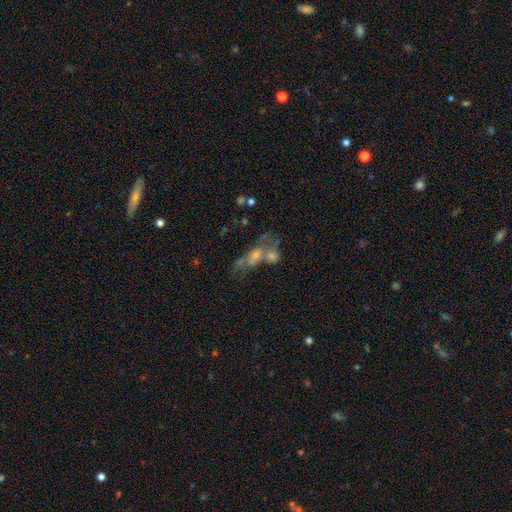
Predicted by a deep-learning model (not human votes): Morphology: type=featured or disk (46%); merging=merger (49%).